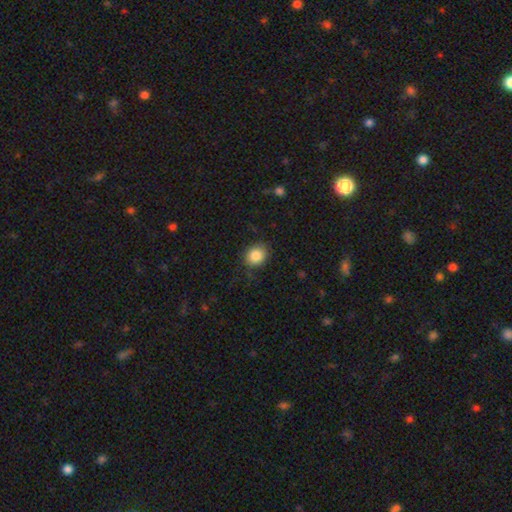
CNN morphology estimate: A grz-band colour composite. It shows a smooth galaxy with no disk features (85%) that is round (68%). Merging: none (82%).